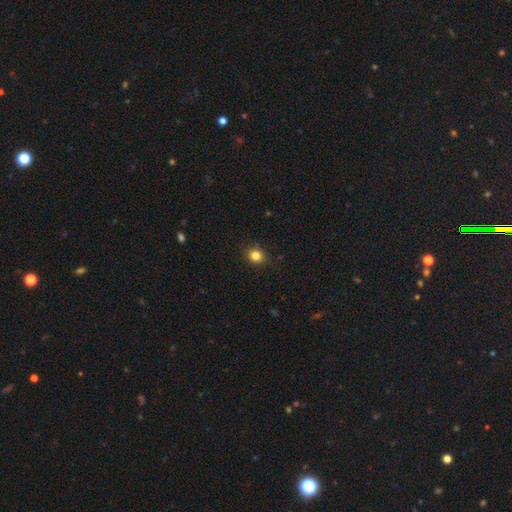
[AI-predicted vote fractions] Overall: smooth (83%). How rounded: round (75%). Merging: none (88%).